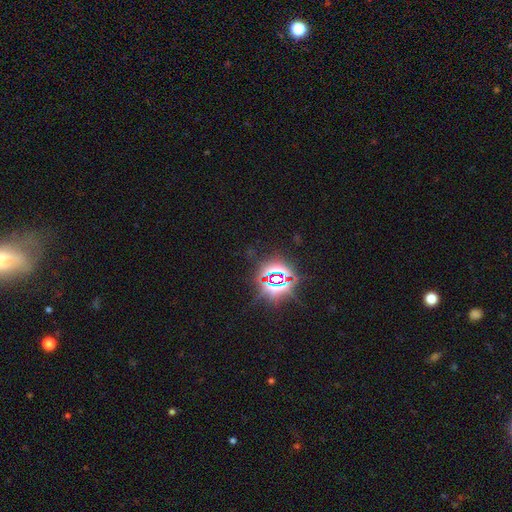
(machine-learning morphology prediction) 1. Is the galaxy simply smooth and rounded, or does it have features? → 81% star or artifact, 11% smooth, 7% featured or disk.